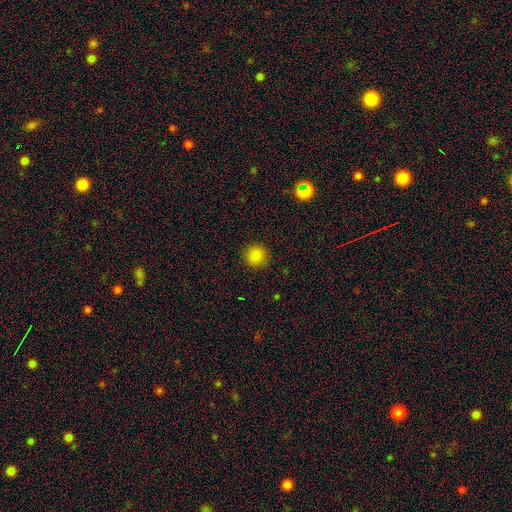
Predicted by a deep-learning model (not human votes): Smooth or featured? smooth (85%)
How rounded? round (94%)
Merging? none (92%)